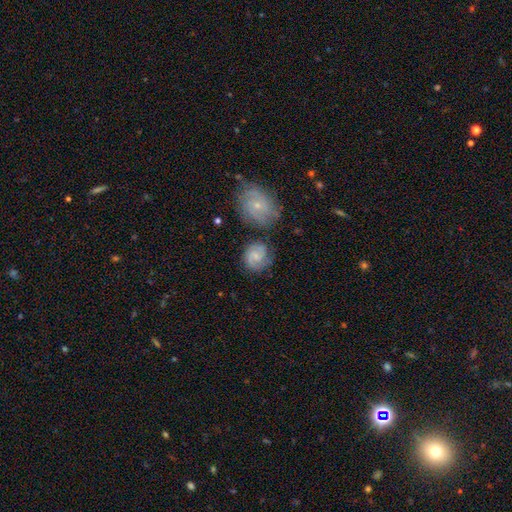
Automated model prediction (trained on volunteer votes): Q: Smooth or featured?
A: featured or disk (68%); runner-up: smooth (25%)
Q: Edge-on disk?
A: no (98%); runner-up: yes (2%)
Q: Bar?
A: no (53%); runner-up: weak (41%)
Q: Spiral arms?
A: yes (95%); runner-up: no (5%)
Q: Spiral winding?
A: medium (48%); runner-up: tight (38%)
Q: Spiral arm count?
A: 2 (75%); runner-up: can't tell (11%)
Q: Bulge size?
A: small (59%); runner-up: none (20%)
Q: Merging?
A: none (69%); runner-up: minor disturbance (16%)